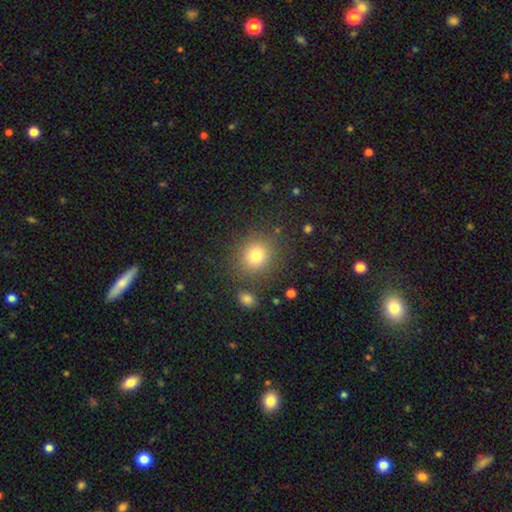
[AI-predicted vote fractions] This is likely a smooth galaxy (79%). How rounded: clearly round (81%). Merging: clearly none (84%).